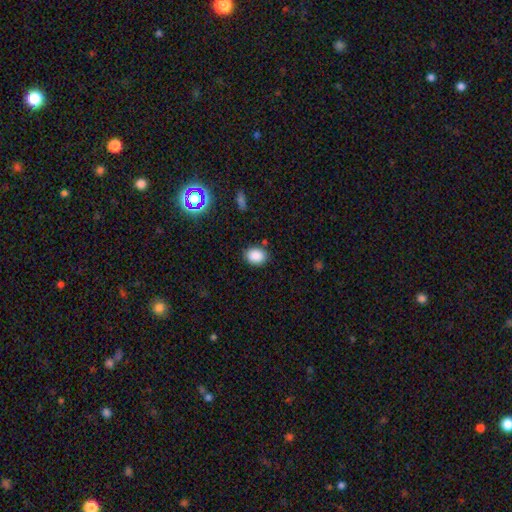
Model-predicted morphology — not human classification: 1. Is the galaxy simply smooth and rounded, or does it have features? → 87% smooth, 10% star or artifact, 4% featured or disk.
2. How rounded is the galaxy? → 57% in between, 42% round, 1% cigar-shaped.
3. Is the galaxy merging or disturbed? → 83% none, 11% minor disturbance, 3% major disturbance, 2% merger.